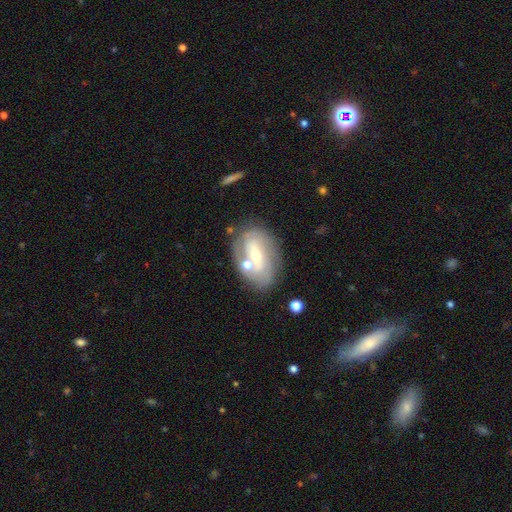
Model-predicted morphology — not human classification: featured or disk 69%, smooth 24%, star or artifact 8%. Down the decision tree: edge-on disk — no (93%); bar — weak (39%); spiral arms — yes (70%); bulge size — moderate (49%); merging — none (63%).